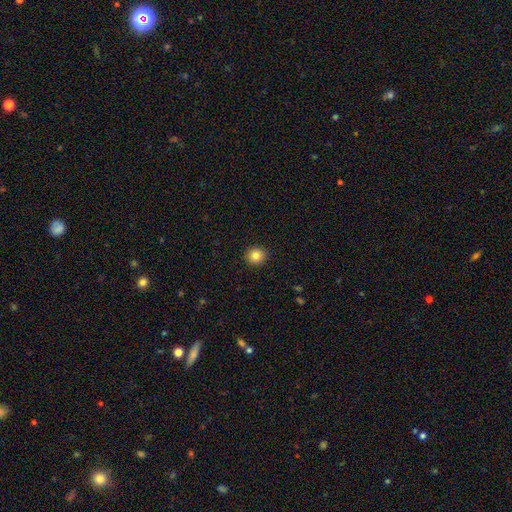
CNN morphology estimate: Smooth or featured?
  - smooth: 84% *
  - star or artifact: 10%
  - featured or disk: 6%
How rounded?
  - round: 89% *
  - in between: 10%
  - cigar-shaped: 1%
Merging?
  - none: 92% *
  - minor disturbance: 5%
  - major disturbance: 2%
  - merger: 1%